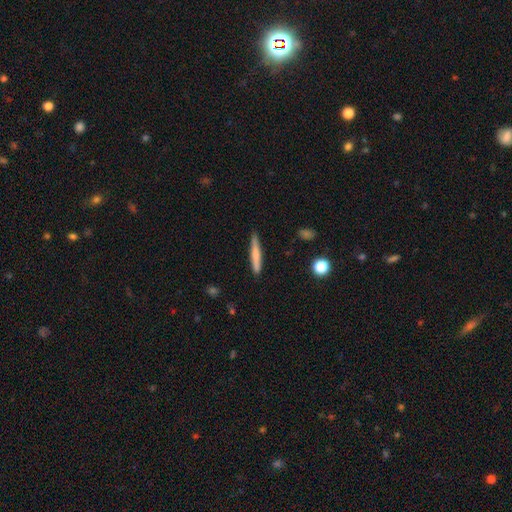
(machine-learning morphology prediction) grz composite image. It shows a smooth galaxy with no disk features (69%) that is cigar-shaped (94%). Merging: none (83%).